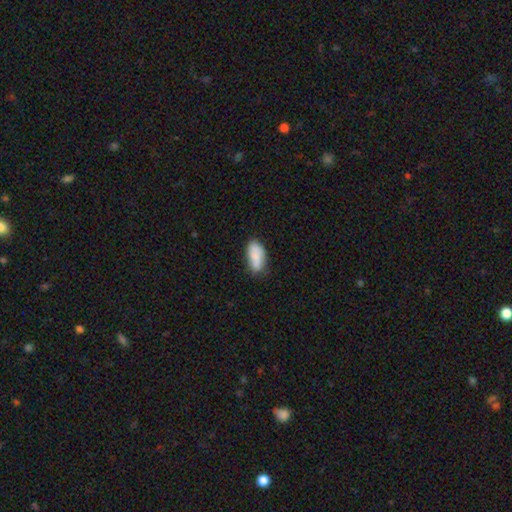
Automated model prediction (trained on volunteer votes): Smooth or featured? smooth (81%)
How rounded? in between (89%)
Merging? none (63%)